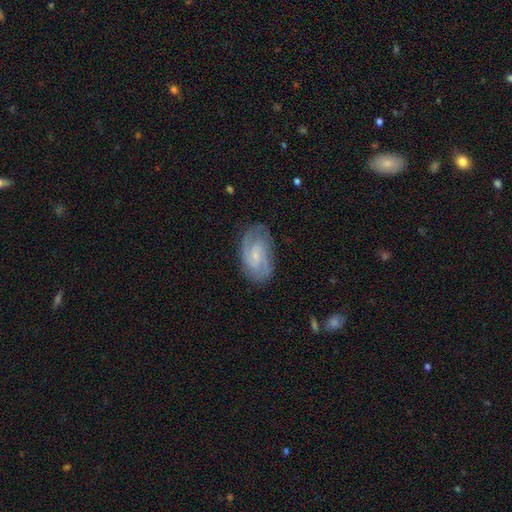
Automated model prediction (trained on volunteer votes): Q: Smooth or featured?
A: featured or disk (78%); runner-up: smooth (15%)
Q: Edge-on disk?
A: no (97%); runner-up: yes (3%)
Q: Bar?
A: no (47%); runner-up: weak (45%)
Q: Spiral arms?
A: yes (95%); runner-up: no (5%)
Q: Spiral winding?
A: tight (44%); tied with: medium (44%)
Q: Spiral arm count?
A: 2 (57%); runner-up: can't tell (17%)
Q: Bulge size?
A: small (70%); runner-up: moderate (18%)
Q: Merging?
A: none (78%); runner-up: minor disturbance (16%)